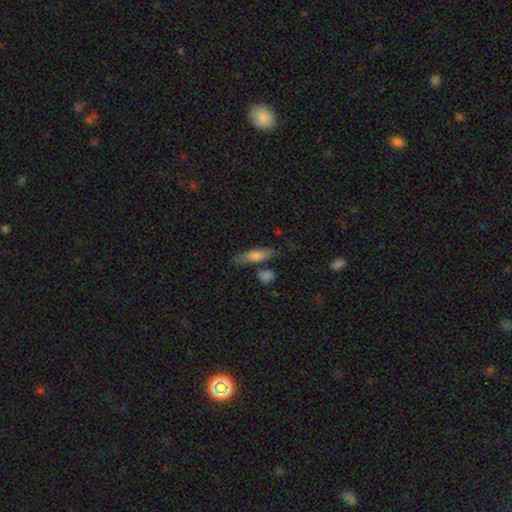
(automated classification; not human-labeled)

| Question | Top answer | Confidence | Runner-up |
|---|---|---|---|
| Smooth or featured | smooth | 69% | featured or disk (24%) |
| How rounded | cigar-shaped | 62% | in between (35%) |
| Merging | none | 72% | minor disturbance (16%) |